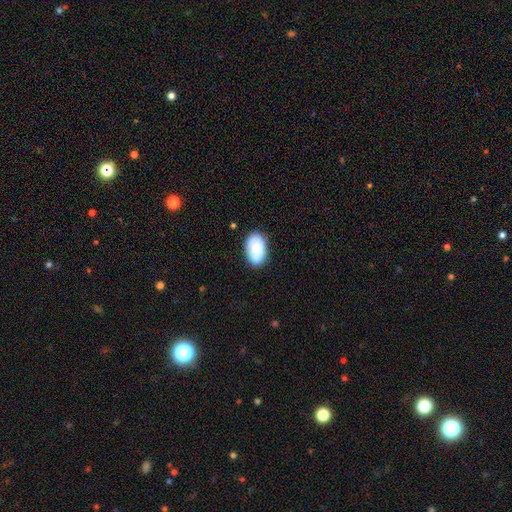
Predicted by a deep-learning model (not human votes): smooth-or-featured: smooth: 65% | featured or disk: 28% | star or artifact: 7%
  how-rounded: in between: 89% | round: 10% | cigar-shaped: 1%
  merging: none: 71% | minor disturbance: 19% | merger: 6% | major disturbance: 4%